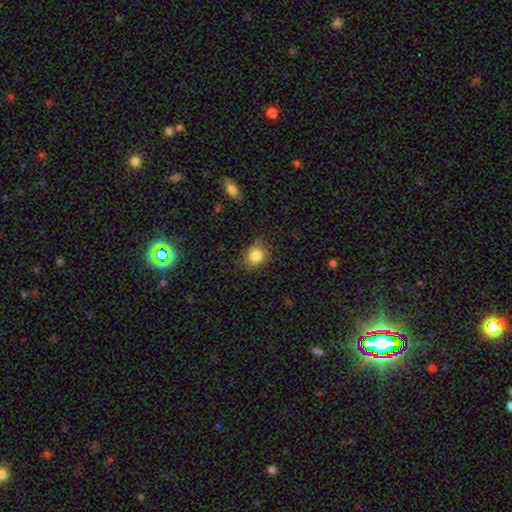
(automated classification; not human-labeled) smooth_or_featured: smooth (p=0.84) [alt: star or artifact p=0.10]
how_rounded: round (p=0.77) [alt: in between p=0.22]
merging: none (p=0.74) [alt: minor disturbance p=0.20]